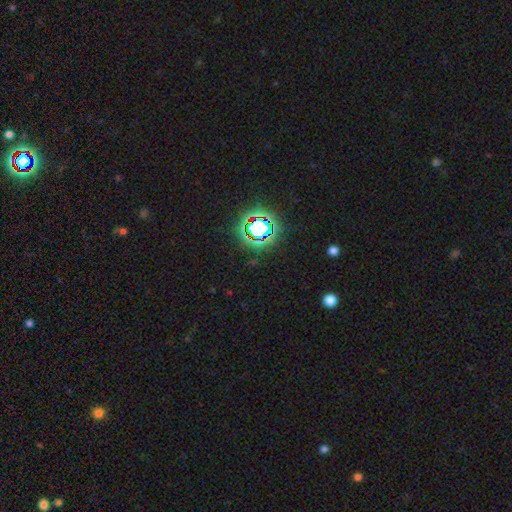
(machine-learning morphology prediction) smooth_or_featured: star or artifact (p=0.77) [alt: smooth p=0.15]